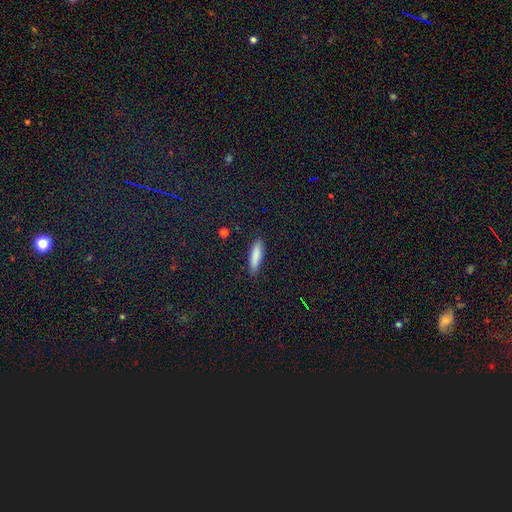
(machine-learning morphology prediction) Overall: smooth (85%). How rounded: cigar-shaped (73%). Merging: none (88%).